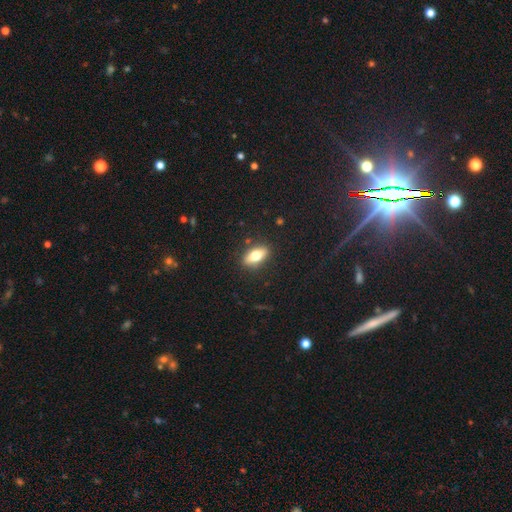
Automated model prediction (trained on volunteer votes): smooth 66%, featured or disk 27%, star or artifact 8%. Down the decision tree: how rounded — in between (80%); merging — none (86%).